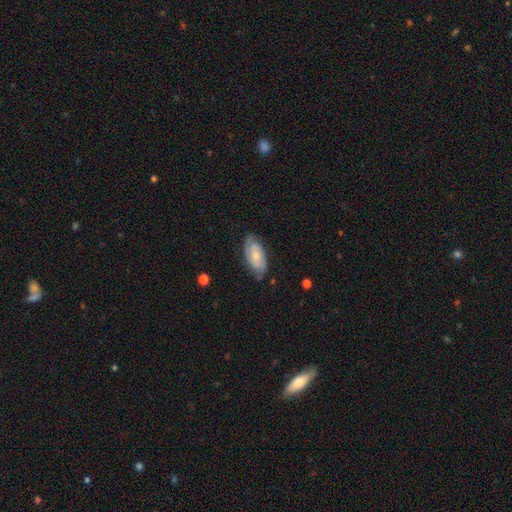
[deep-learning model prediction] Smooth or featured: featured or disk — 65% (smooth — 29%)
Edge-on disk: no — 92% (yes — 8%)
Bar: no — 62% (weak — 31%)
Spiral arms: yes — 86% (no — 14%)
Spiral winding: tight — 56% (medium — 33%)
Spiral arm count: 2 — 61% (can't tell — 25%)
Bulge size: small — 51% (moderate — 44%)
Merging: none — 73% (minor disturbance — 20%)